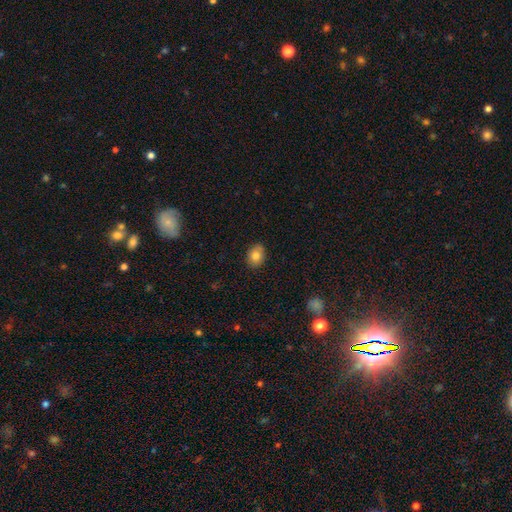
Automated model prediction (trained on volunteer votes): Smooth or featured? smooth (81%)
How rounded? in between (59%)
Merging? none (88%)